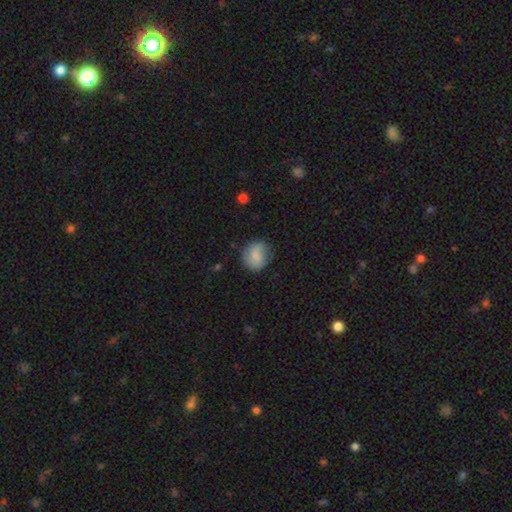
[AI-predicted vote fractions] Overall: smooth (74%). How rounded: round (79%). Merging: none (75%).